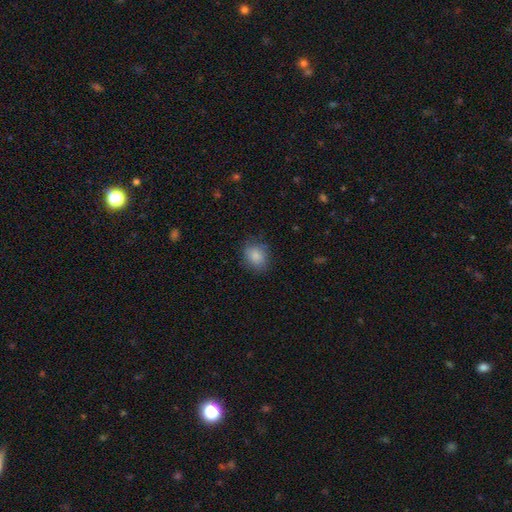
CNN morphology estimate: type=smooth (86%); roundness=round (53%); merging=none (77%).